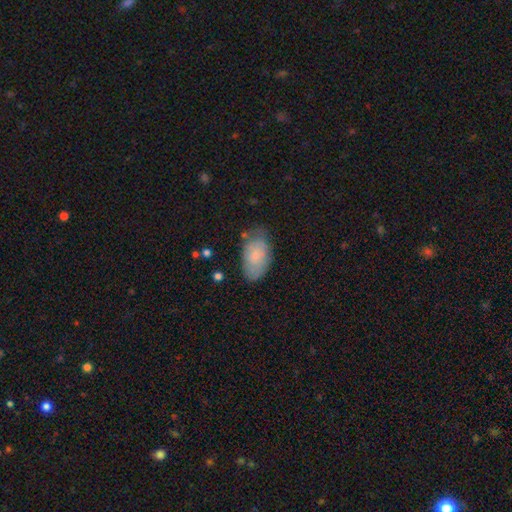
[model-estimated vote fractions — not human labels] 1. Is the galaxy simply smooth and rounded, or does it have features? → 76% smooth, 18% featured or disk, 7% star or artifact.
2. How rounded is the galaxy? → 94% in between, 5% round, 2% cigar-shaped.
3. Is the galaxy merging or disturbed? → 66% none, 26% minor disturbance, 6% major disturbance, 2% merger.